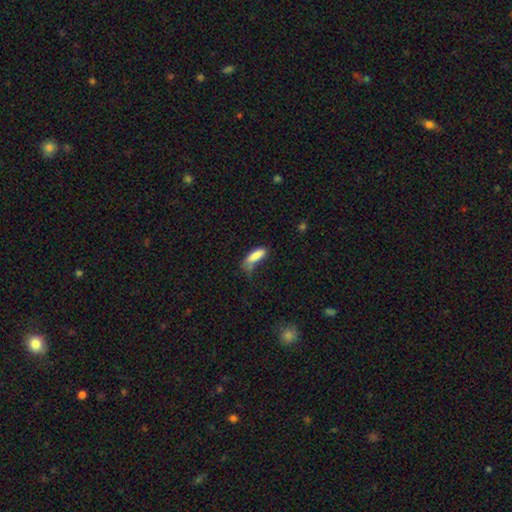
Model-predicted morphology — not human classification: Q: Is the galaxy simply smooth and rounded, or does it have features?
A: smooth — 83%.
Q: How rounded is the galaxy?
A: in between — 50%.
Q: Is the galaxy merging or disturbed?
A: none — 38%.